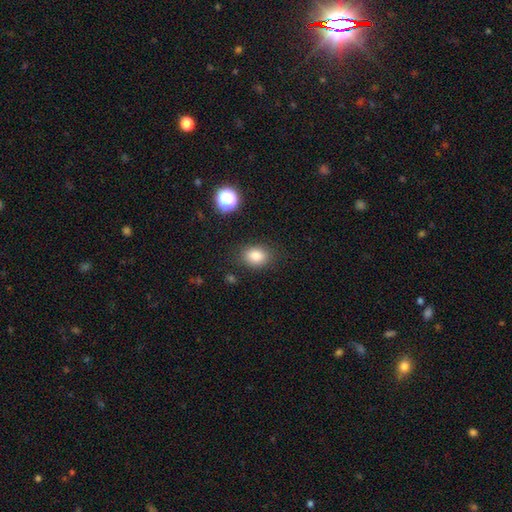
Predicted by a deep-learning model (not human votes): Smooth or featured? Predicted: smooth (p=0.83). How rounded? Predicted: in between (p=0.61). Merging? Predicted: none (p=0.83).